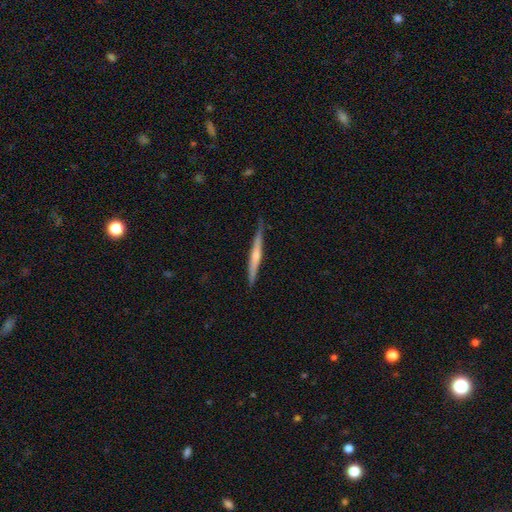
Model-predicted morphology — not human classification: A featured or disk galaxy (57%) viewed edge-on (97%) with a rounded central bulge (57%).

Vote fractions:
- Smooth or featured? featured or disk: 57% / smooth: 38% / star or artifact: 6%
- Edge-on disk? yes: 97% / no: 3%
- Edge-on bulge? rounded: 57% / none: 35% / boxy: 8%
- Merging? none: 86% / minor disturbance: 11% / major disturbance: 2% / merger: 1%